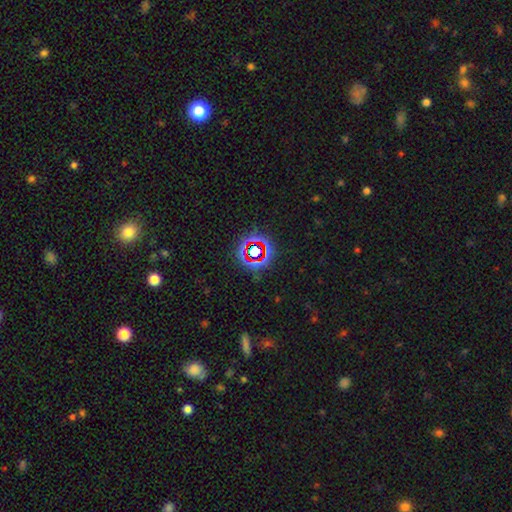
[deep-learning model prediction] This is likely a star or artifact rather than a galaxy (73%).